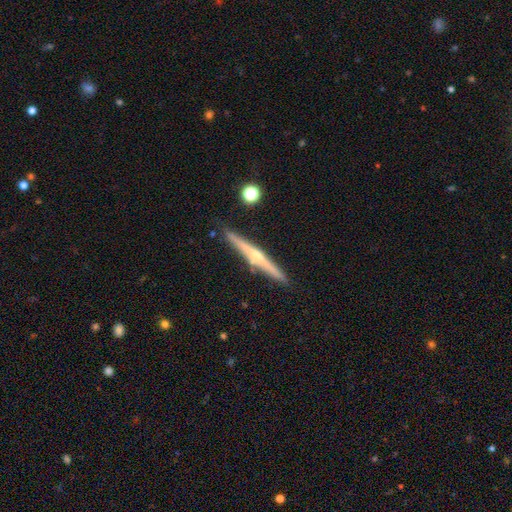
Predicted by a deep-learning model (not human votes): smooth_or_featured: featured or disk (p=0.72) [alt: smooth p=0.22]
disk_edge_on: yes (p=0.98) [alt: no p=0.02]
edge_on_bulge: rounded (p=0.77) [alt: none p=0.18]
merging: none (p=0.88) [alt: minor disturbance p=0.08]